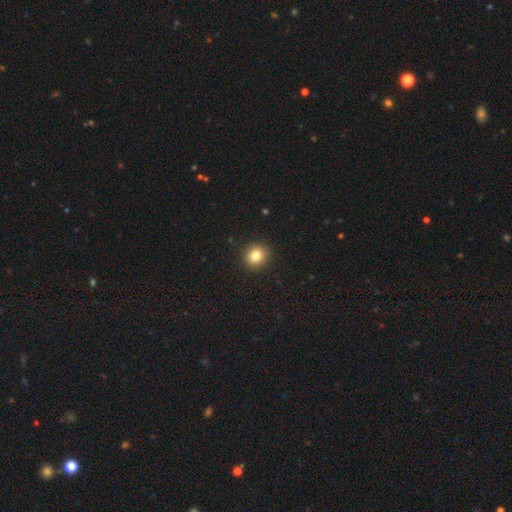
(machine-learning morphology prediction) Smooth or featured? smooth (83%)
How rounded? round (85%)
Merging? none (92%)